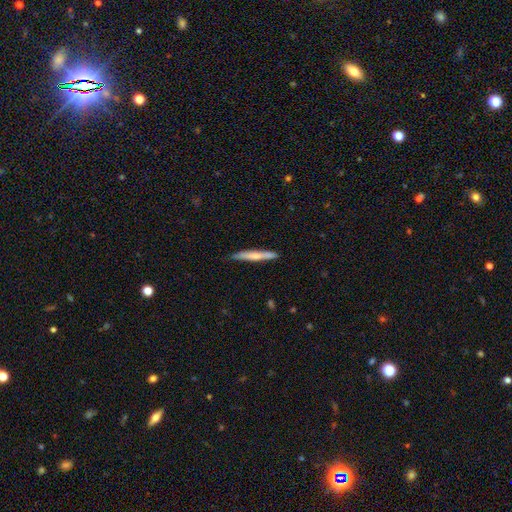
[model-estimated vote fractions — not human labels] Smooth or featured? smooth (57%)
How rounded? cigar-shaped (95%)
Merging? none (85%)